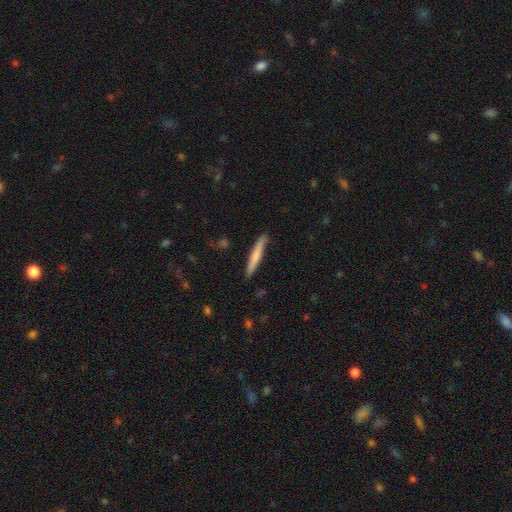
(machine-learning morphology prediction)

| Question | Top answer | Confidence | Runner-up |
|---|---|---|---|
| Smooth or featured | smooth | 66% | featured or disk (29%) |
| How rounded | cigar-shaped | 95% | in between (3%) |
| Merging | none | 87% | minor disturbance (10%) |